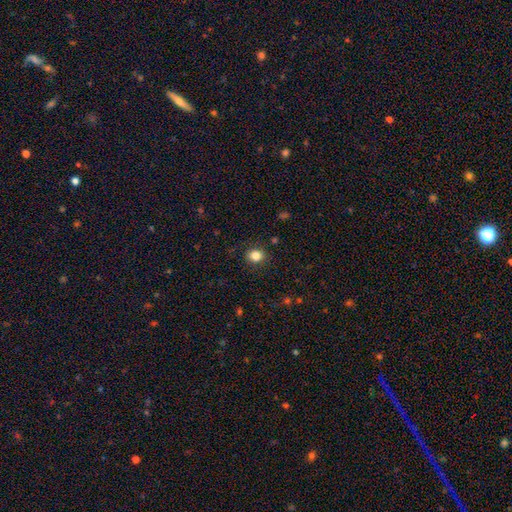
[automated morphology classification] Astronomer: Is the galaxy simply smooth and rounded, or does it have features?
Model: smooth — 84%.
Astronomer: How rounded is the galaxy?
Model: round — 62% (runner-up: in between, 37%).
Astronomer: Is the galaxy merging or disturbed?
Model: none — 88%.